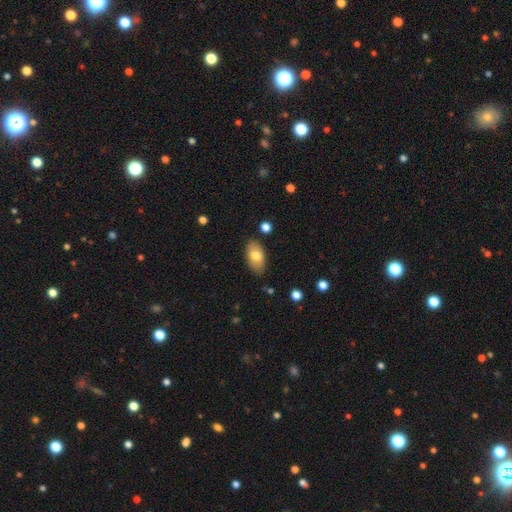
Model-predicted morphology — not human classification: Smooth or featured? smooth (75%)
How rounded? in between (94%)
Merging? none (84%)